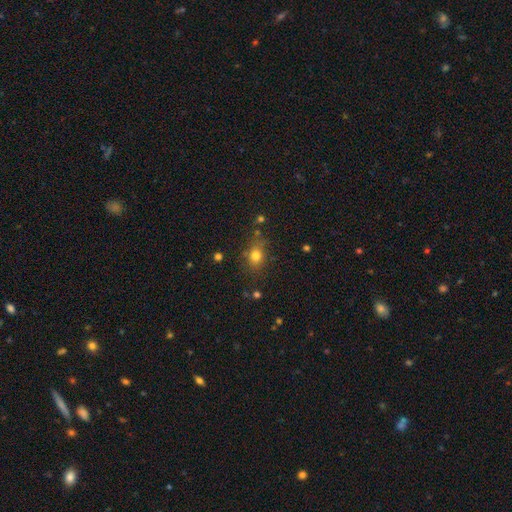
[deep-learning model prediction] Morphology: type=smooth (77%); roundness=round (54%); merging=none (74%).